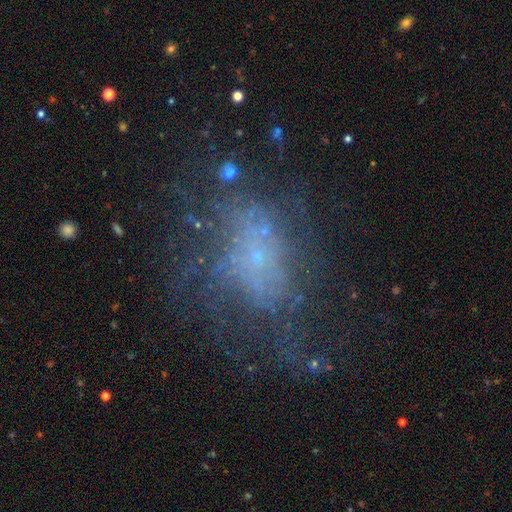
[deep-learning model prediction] featured or disk 52%, smooth 28%, star or artifact 21%. Down the decision tree: edge-on disk — no (96%); merging — none (51%).